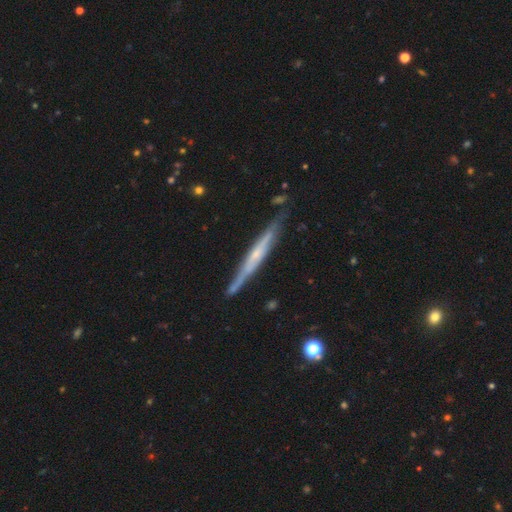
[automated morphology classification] This is likely a featured or disk galaxy (67%). It is clearly viewed edge-on (95%). Edge-on bulge: possibly none (57%). Merging: clearly none (82%).